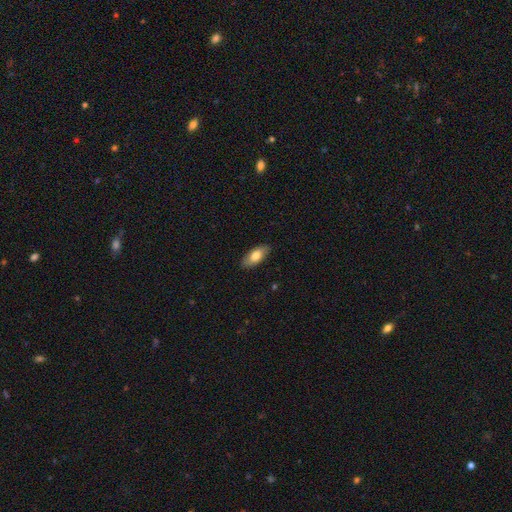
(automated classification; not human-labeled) smooth-or-featured: smooth: 76% | featured or disk: 18% | star or artifact: 6%
  how-rounded: in between: 89% | cigar-shaped: 9% | round: 2%
  merging: none: 86% | minor disturbance: 11% | major disturbance: 2% | merger: 1%